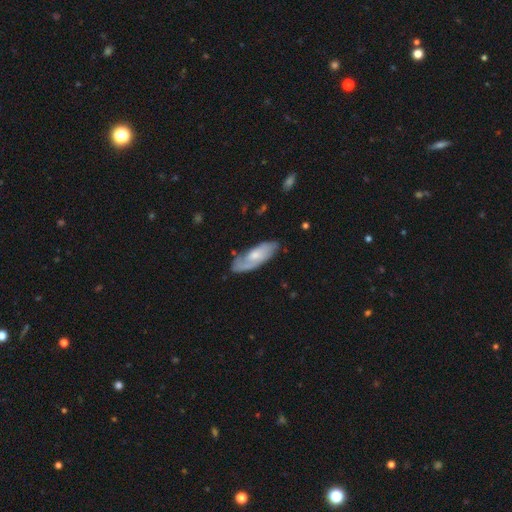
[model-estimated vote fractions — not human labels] smooth_or_featured: featured or disk (p=0.49) [alt: smooth p=0.45]
merging: none (p=0.67) [alt: minor disturbance p=0.23]